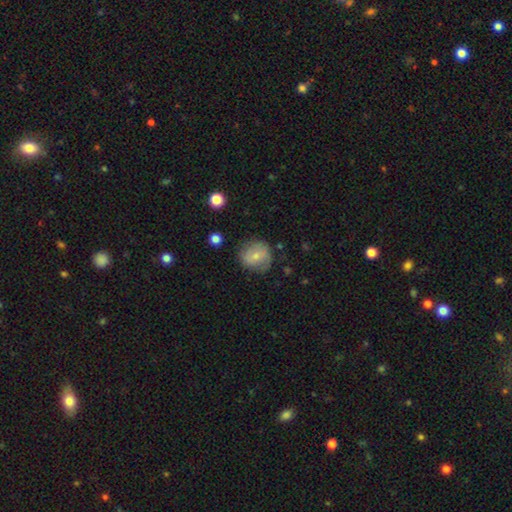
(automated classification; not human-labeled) A smooth galaxy with no disk features (65%) that is round (82%).

Vote fractions:
- Smooth or featured? smooth: 65% / featured or disk: 27% / star or artifact: 8%
- How rounded? round: 82% / in between: 17% / cigar-shaped: 1%
- Merging? none: 66% / minor disturbance: 23% / major disturbance: 9% / merger: 2%